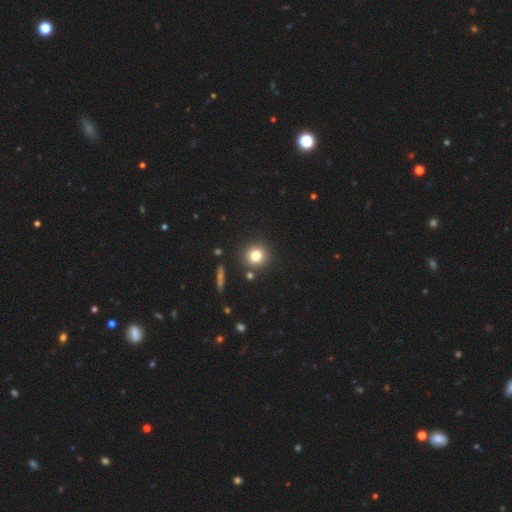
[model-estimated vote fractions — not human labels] Q: Smooth or featured?
A: smooth (79%); runner-up: star or artifact (13%)
Q: How rounded?
A: round (92%); runner-up: in between (6%)
Q: Merging?
A: none (86%); runner-up: minor disturbance (7%)